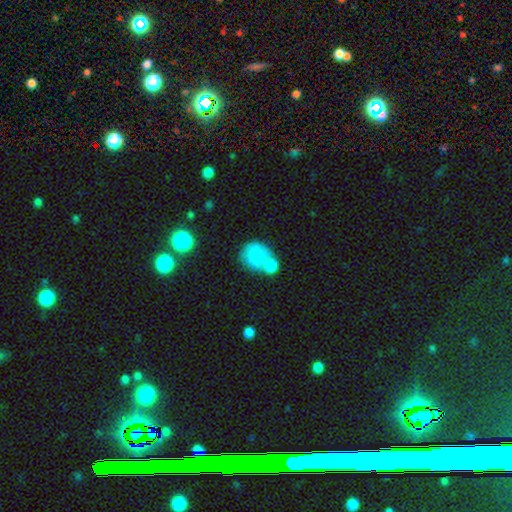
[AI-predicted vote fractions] A smooth galaxy with no disk features (71%) that is round (75%).

Vote fractions:
- Smooth or featured? smooth: 71% / featured or disk: 20% / star or artifact: 9%
- How rounded? round: 75% / in between: 24% / cigar-shaped: 1%
- Merging? merger: 47% / none: 32% / minor disturbance: 14% / major disturbance: 7%